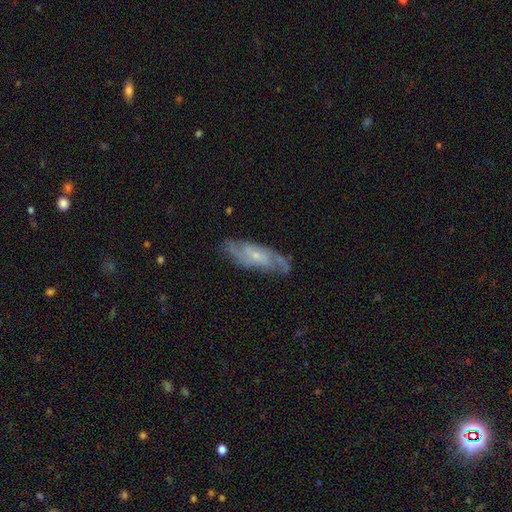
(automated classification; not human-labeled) A featured or disk galaxy (81%) with no bar (53%), 2 (60%) medium (47%) spiral arms (95%) and a small central bulge (70%). Merging: none (74%).